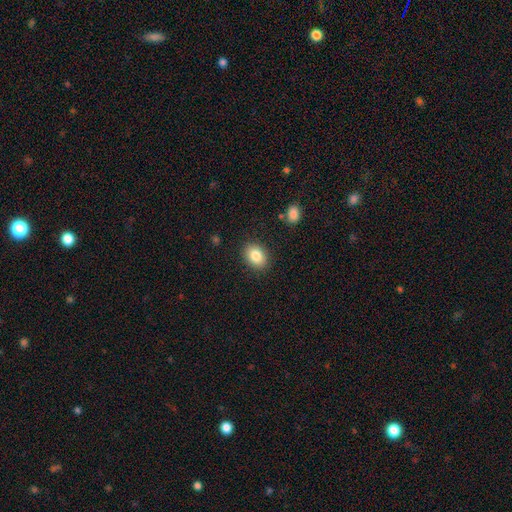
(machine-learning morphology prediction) This is clearly a smooth galaxy (84%). How rounded: likely in between (66%). Merging: clearly none (88%).